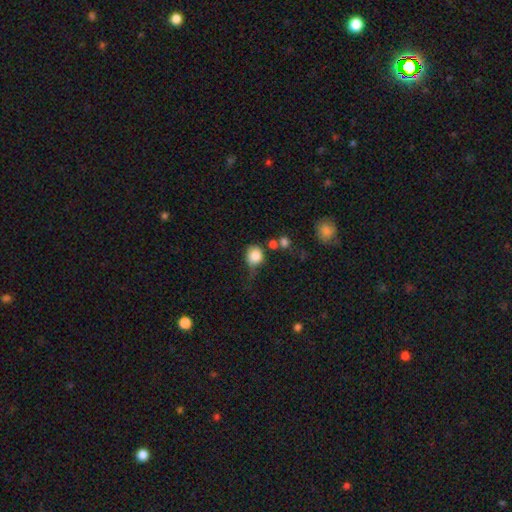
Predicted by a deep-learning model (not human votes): A smooth galaxy with no disk features (82%) that is round (78%).

Vote fractions:
- Smooth or featured? smooth: 82% / star or artifact: 10% / featured or disk: 8%
- How rounded? round: 78% / in between: 21% / cigar-shaped: 1%
- Merging? none: 45% / minor disturbance: 29% / major disturbance: 14% / merger: 12%